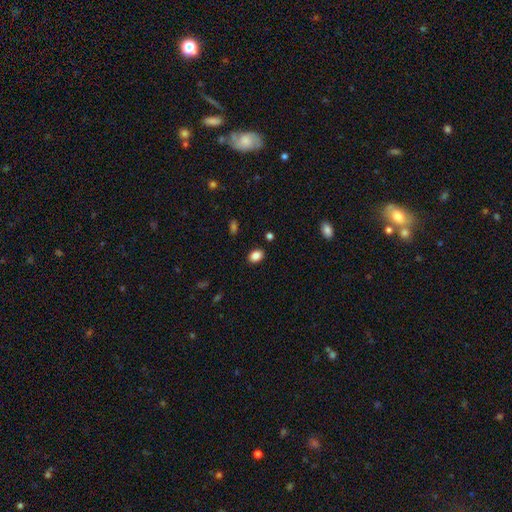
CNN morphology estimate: Overall: smooth (87%). How rounded: in between (79%). Merging: none (88%).